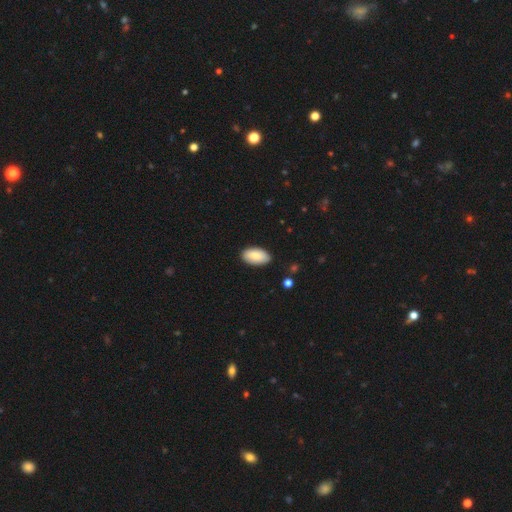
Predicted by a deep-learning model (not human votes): This appears to be a smooth galaxy with no disk features (83%) that is in between round and cigar-shaped (95%). Merging: none (87%).